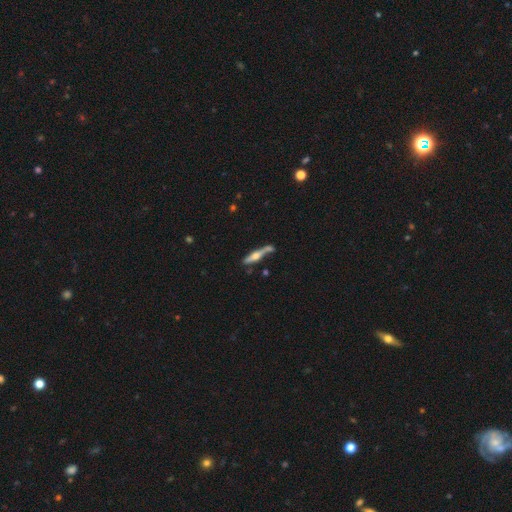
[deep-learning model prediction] smooth_or_featured: featured or disk (p=0.64) [alt: smooth p=0.31]
disk_edge_on: yes (p=0.94) [alt: no p=0.06]
edge_on_bulge: rounded (p=0.90) [alt: boxy p=0.05]
merging: none (p=0.65) [alt: minor disturbance p=0.17]